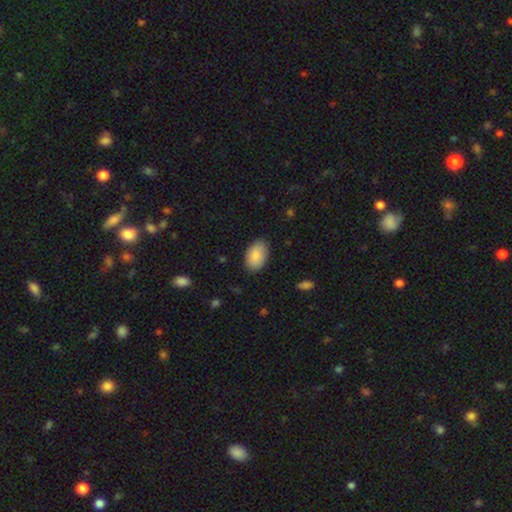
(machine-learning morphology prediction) smooth 87%, featured or disk 7%, star or artifact 6%. Down the decision tree: how rounded — in between (91%); merging — none (83%).